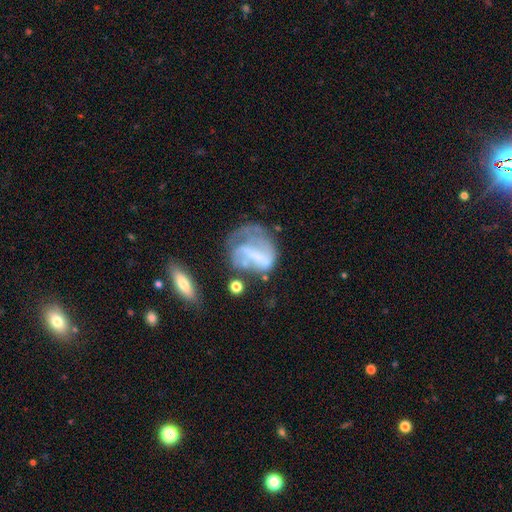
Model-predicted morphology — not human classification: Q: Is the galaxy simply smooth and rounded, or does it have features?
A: featured or disk — 61%.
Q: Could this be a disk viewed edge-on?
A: no — 96%.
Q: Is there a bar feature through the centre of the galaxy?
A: strong — 34%, tied with no.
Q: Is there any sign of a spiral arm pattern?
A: no — 53%.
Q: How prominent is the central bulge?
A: none — 53%.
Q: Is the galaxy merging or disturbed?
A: major disturbance — 39%.